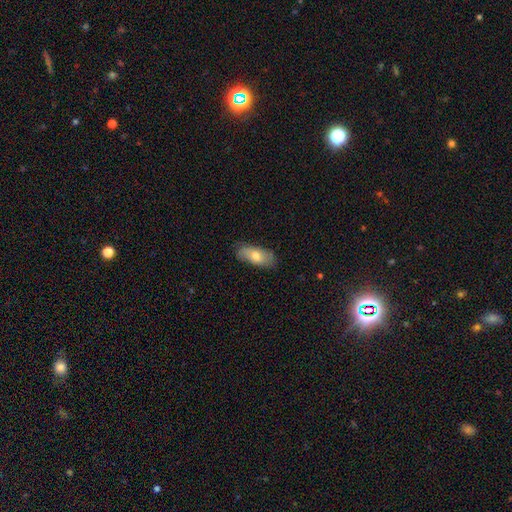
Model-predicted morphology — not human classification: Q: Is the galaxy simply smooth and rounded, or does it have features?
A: smooth — 67%.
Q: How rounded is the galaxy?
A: in between — 88%.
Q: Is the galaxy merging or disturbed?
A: none — 76%.